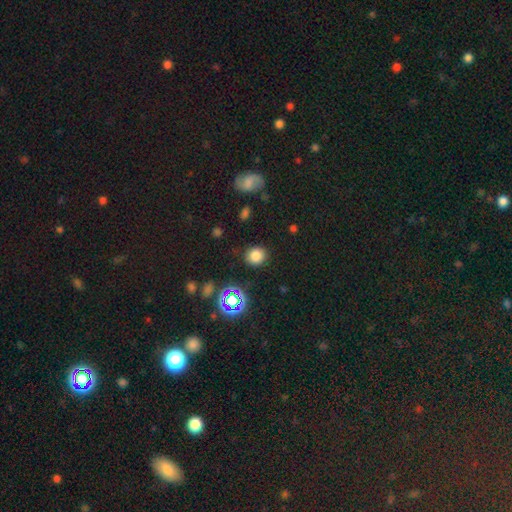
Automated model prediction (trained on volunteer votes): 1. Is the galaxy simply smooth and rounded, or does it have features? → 77% smooth, 17% star or artifact, 6% featured or disk.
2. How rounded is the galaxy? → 81% round, 18% in between, 1% cigar-shaped.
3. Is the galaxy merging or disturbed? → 86% none, 9% minor disturbance, 3% major disturbance, 2% merger.